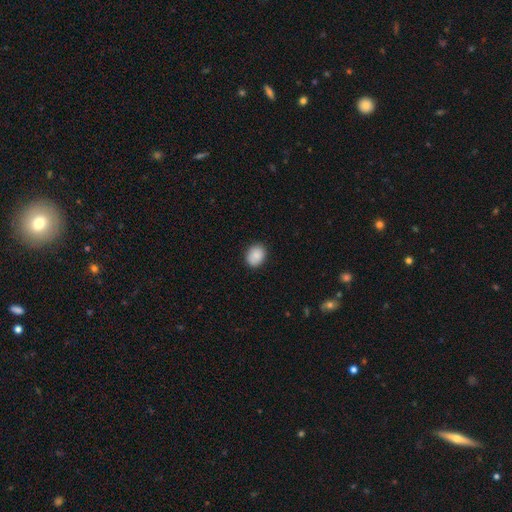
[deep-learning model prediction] This is clearly a smooth galaxy (88%). How rounded: possibly in between (51%). Merging: clearly none (87%).